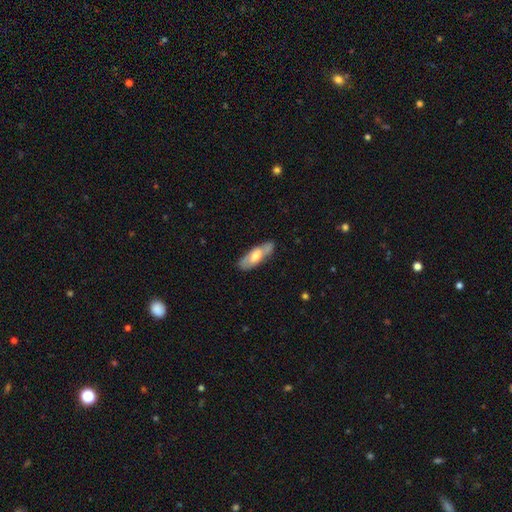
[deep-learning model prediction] This is possibly a smooth galaxy (53%). How rounded: likely in between (63%). Merging: likely none (71%).